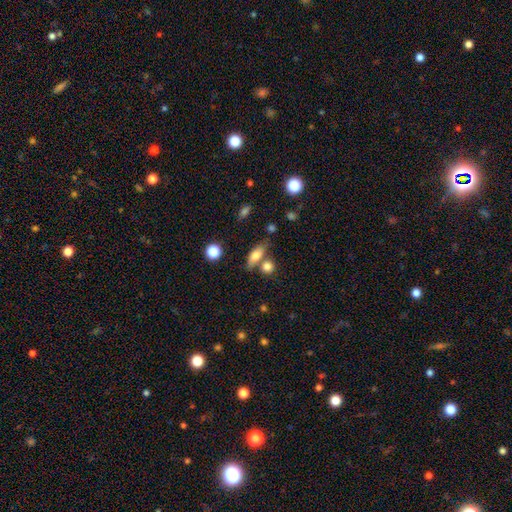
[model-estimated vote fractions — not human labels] The model was most divided on "merging": none: 59%, merger: 23%, minor disturbance: 14%, major disturbance: 5%. More confident: smooth or featured — smooth (73%); how rounded — in between (66%).